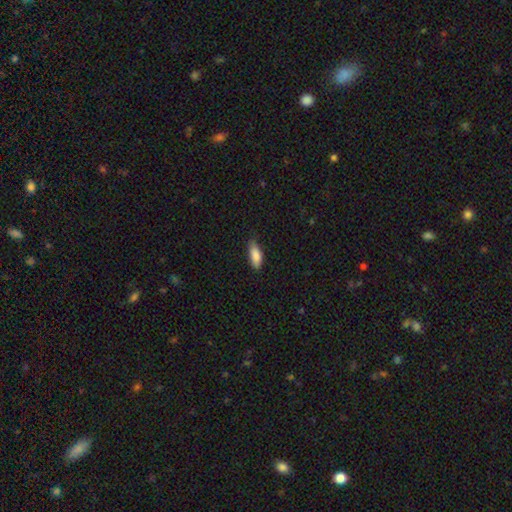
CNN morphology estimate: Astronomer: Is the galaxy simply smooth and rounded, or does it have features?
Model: smooth — 87%.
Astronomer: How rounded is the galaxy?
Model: in between — 75%.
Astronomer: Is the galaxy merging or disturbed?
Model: none — 75%.